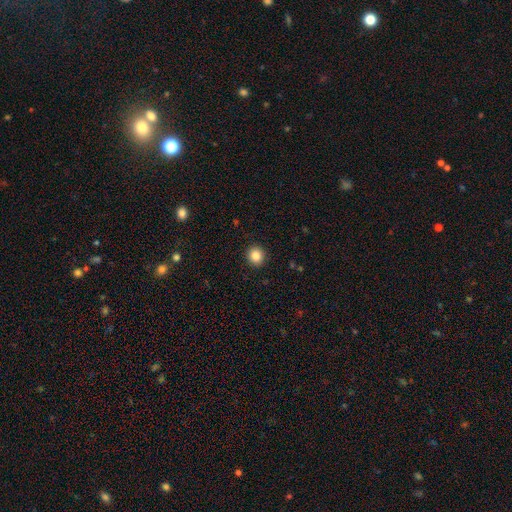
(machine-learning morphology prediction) Overall: smooth (85%). How rounded: round (91%). Merging: none (92%).